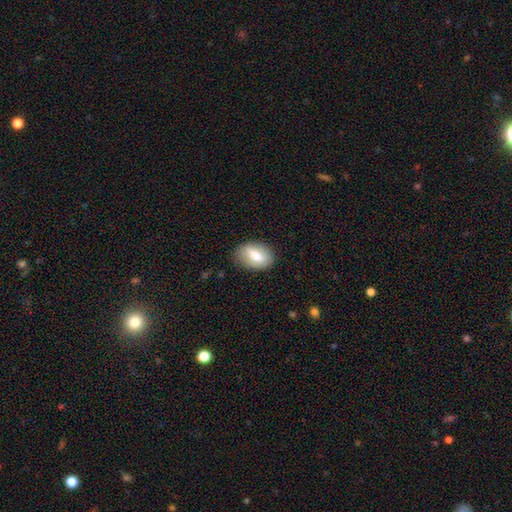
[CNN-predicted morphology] Smooth or featured?
  - smooth: 67% *
  - featured or disk: 26%
  - star or artifact: 7%
How rounded?
  - in between: 86% *
  - round: 12%
  - cigar-shaped: 2%
Merging?
  - none: 82% *
  - minor disturbance: 13%
  - major disturbance: 3%
  - merger: 1%